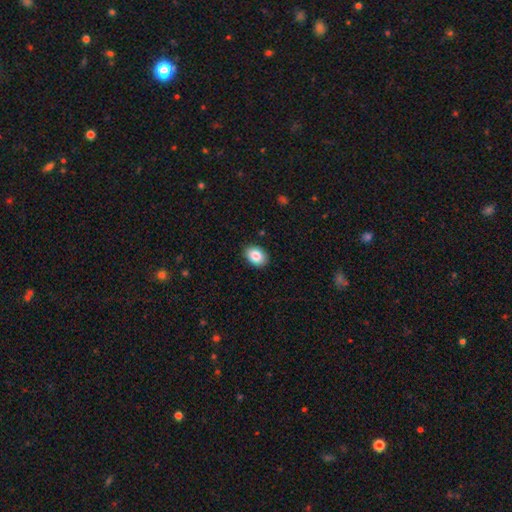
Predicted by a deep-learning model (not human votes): Smooth or featured? smooth (86%)
How rounded? in between (75%)
Merging? none (89%)